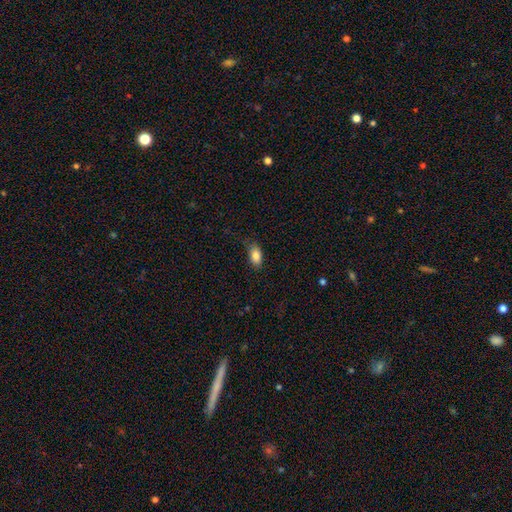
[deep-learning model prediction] A smooth galaxy with no disk features (86%) that is in between round and cigar-shaped (91%). Merging: none (75%).